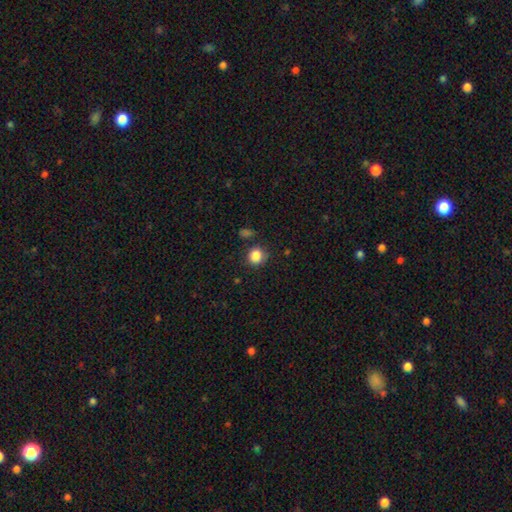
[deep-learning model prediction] Q: Smooth or featured?
A: smooth (86%); runner-up: star or artifact (10%)
Q: How rounded?
A: round (83%); runner-up: in between (16%)
Q: Merging?
A: none (80%); runner-up: minor disturbance (13%)